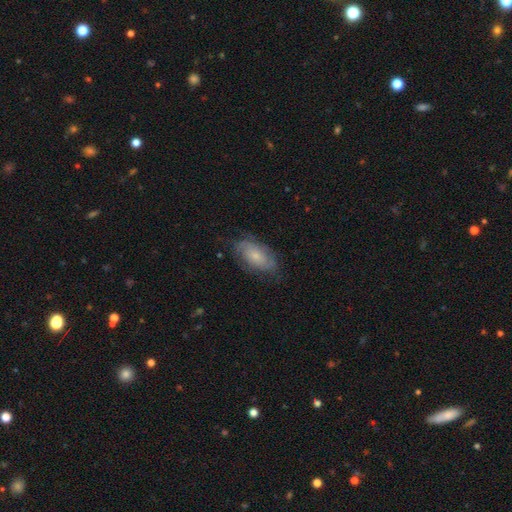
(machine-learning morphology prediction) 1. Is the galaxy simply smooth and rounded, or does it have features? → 56% featured or disk, 36% smooth, 7% star or artifact.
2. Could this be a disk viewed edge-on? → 94% no, 6% yes.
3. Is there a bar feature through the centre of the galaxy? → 75% no, 21% weak, 4% strong.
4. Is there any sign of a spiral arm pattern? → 81% yes, 19% no.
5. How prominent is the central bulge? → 62% small, 29% moderate, 5% none, 3% large, 1% dominant.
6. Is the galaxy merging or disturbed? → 67% none, 23% minor disturbance, 9% major disturbance, 1% merger.